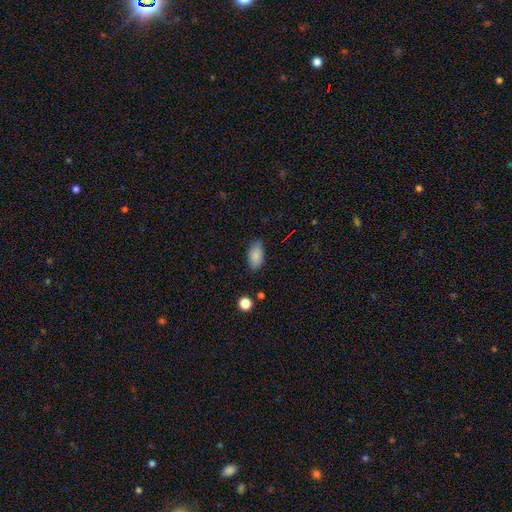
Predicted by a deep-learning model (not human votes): A smooth galaxy with no disk features (85%) that is in between round and cigar-shaped (91%). Merging: none (80%).